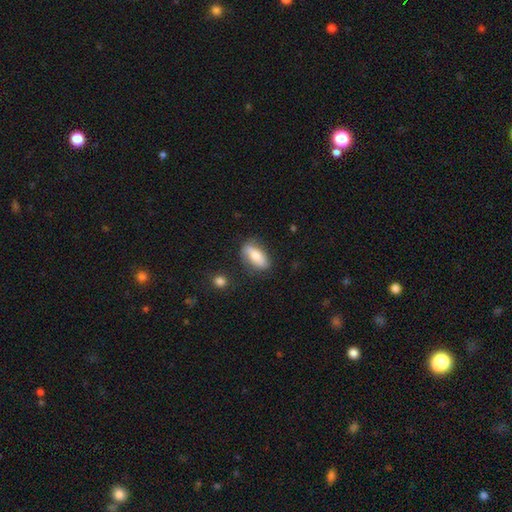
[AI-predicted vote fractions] Morphology: type=smooth (64%); roundness=in between (83%); merging=none (75%).